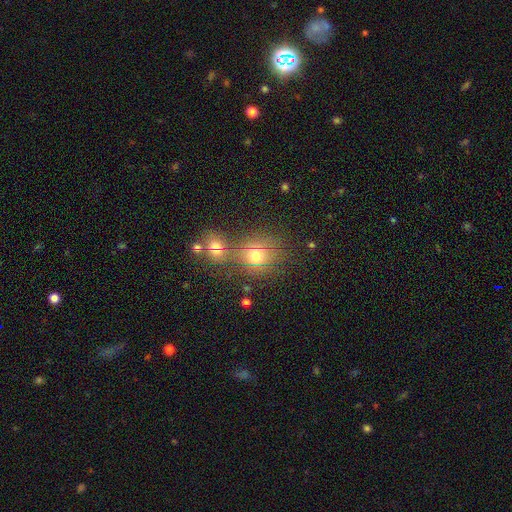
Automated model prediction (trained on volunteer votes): smooth_or_featured: smooth (p=0.66) [alt: star or artifact p=0.20]
how_rounded: round (p=0.73) [alt: in between p=0.25]
merging: none (p=0.52) [alt: merger p=0.33]